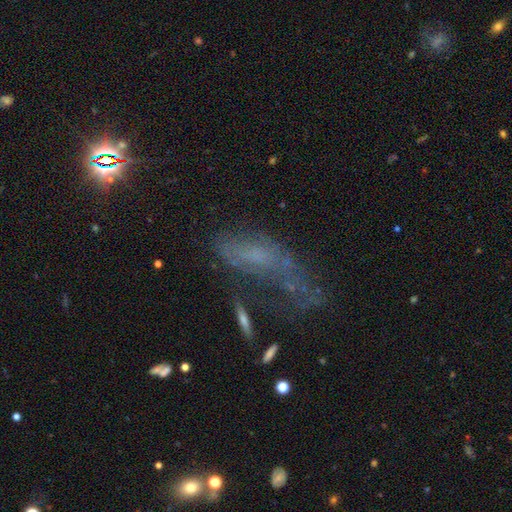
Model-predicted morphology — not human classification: Q: Smooth or featured?
A: featured or disk (41%); runner-up: smooth (34%)
Q: Merging?
A: major disturbance (43%); runner-up: none (26%)